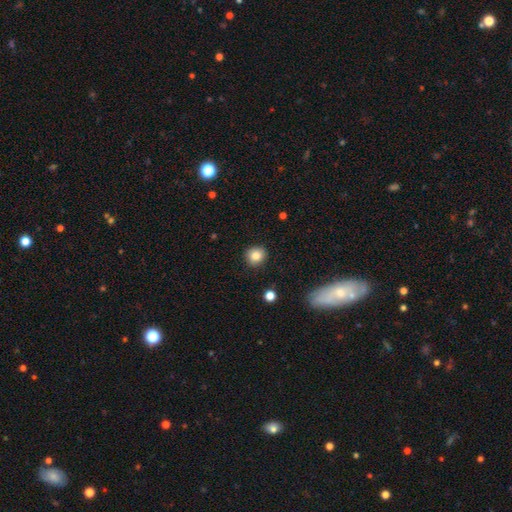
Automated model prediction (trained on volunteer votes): Smooth or featured?
  - smooth: 84% *
  - star or artifact: 10%
  - featured or disk: 6%
How rounded?
  - round: 87% *
  - in between: 12%
  - cigar-shaped: 1%
Merging?
  - none: 89% *
  - minor disturbance: 8%
  - major disturbance: 2%
  - merger: 1%